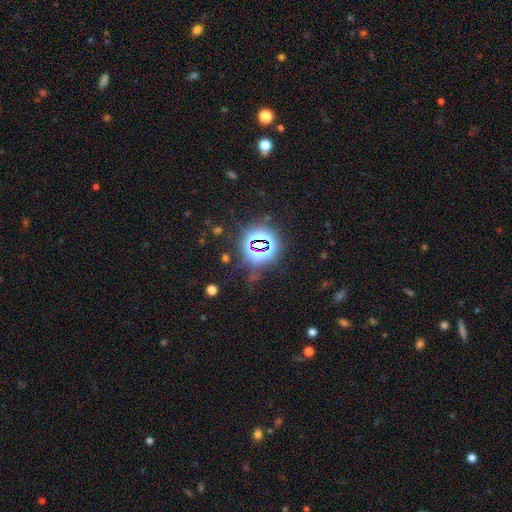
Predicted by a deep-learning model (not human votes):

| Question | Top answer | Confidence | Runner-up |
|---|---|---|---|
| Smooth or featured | star or artifact | 82% | smooth (10%) |